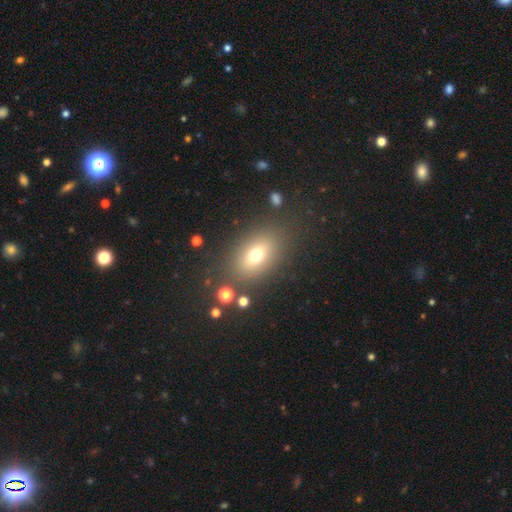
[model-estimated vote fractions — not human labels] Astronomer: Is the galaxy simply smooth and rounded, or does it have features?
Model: smooth — 69%.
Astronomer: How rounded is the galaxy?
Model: in between — 77%.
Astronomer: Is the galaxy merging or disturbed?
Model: none — 81%.